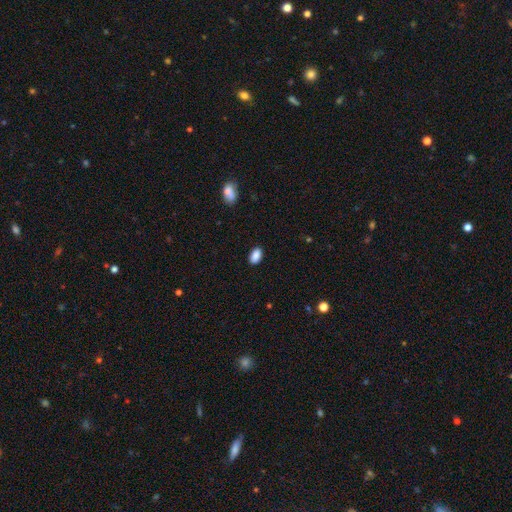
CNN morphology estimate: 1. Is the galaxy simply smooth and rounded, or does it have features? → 89% smooth, 8% star or artifact, 4% featured or disk.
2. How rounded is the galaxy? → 92% in between, 7% round, 2% cigar-shaped.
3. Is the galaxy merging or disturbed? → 87% none, 10% minor disturbance, 2% major disturbance, 1% merger.